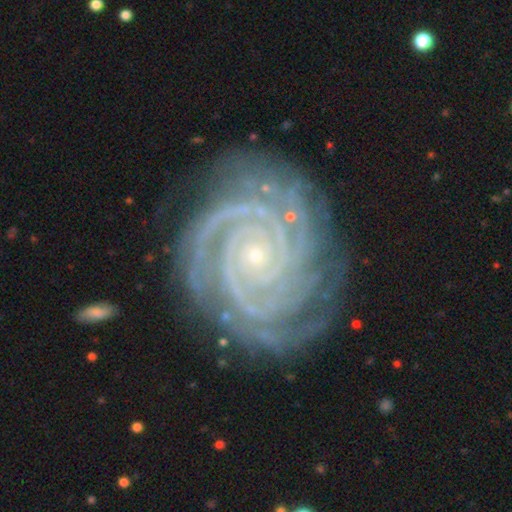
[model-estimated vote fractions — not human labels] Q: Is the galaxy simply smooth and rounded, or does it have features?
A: featured or disk — 93%.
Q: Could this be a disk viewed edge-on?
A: no — 98%.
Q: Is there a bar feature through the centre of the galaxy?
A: no — 78%.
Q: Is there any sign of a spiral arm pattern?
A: yes — 99%.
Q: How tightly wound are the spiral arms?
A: tight — 89%.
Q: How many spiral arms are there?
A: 2 — 26%.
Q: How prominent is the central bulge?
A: small — 88%.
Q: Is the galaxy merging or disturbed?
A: none — 81%.